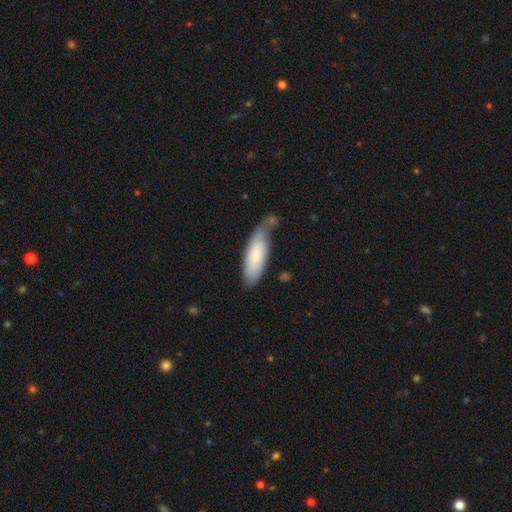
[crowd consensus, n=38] A smooth galaxy with no disk features (82%) that is cigar-shaped (65%).

Vote fractions:
- Smooth or featured? smooth: 82% / featured or disk: 16% / star or artifact: 3%
- How rounded? cigar-shaped: 65% / in between: 35% / round: 0%
- Merging? none: 73% / minor disturbance: 22% / merger: 5% / major disturbance: 0%